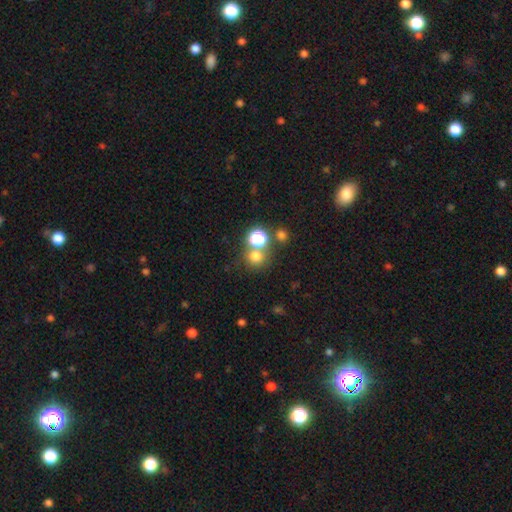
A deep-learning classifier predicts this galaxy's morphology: This is likely a smooth galaxy (69%). How rounded: clearly round (89%). Merging: likely none (67%).